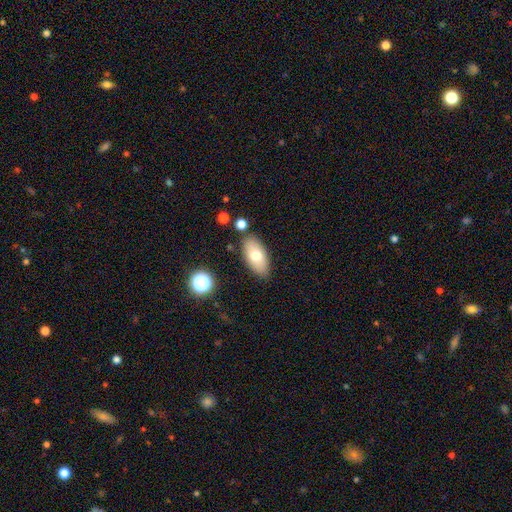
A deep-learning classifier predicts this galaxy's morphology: This is likely a smooth galaxy (73%). How rounded: clearly in between (91%). Merging: clearly none (83%).